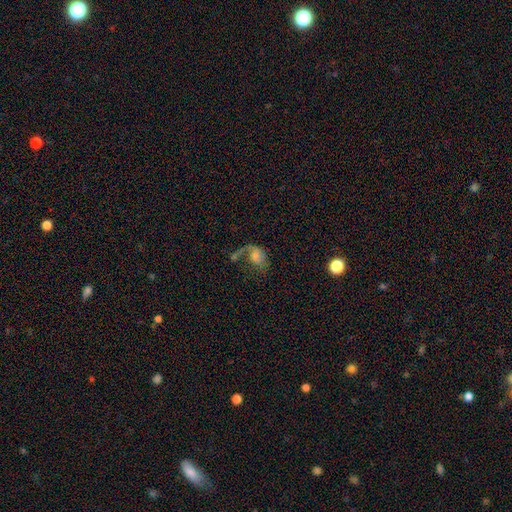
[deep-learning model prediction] Morphology: type=featured or disk (55%); edge-on=no (97%); bar=no (72%); spiral arms=yes (74%); bulge=moderate (37%, tied with small); merging=major disturbance (40%).